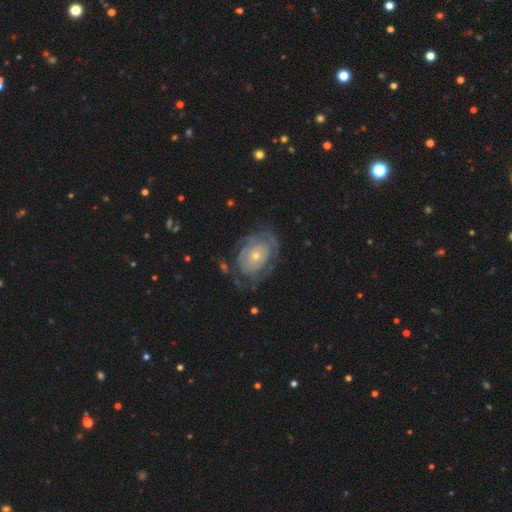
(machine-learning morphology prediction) Smooth or featured? Predicted: featured or disk (p=0.72). Edge-on disk? Predicted: no (p=0.96). Bar? Predicted: no (p=0.83). Spiral arms? Predicted: yes (p=0.67). Bulge size? Predicted: small (p=0.67). Merging? Predicted: none (p=0.62).